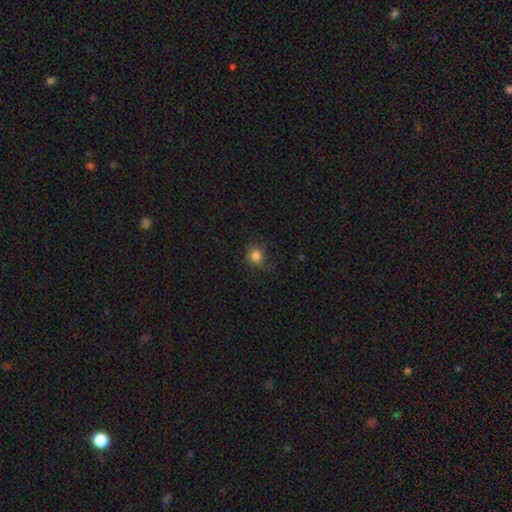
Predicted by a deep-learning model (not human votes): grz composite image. It shows a smooth galaxy with no disk features (82%) that is round (78%). Merging: none (67%).